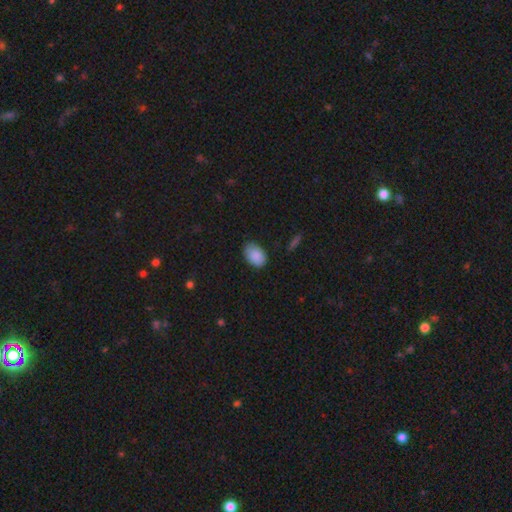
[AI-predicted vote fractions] Q: Smooth or featured?
A: smooth (88%); runner-up: star or artifact (7%)
Q: How rounded?
A: in between (87%); runner-up: round (12%)
Q: Merging?
A: none (74%); runner-up: minor disturbance (21%)